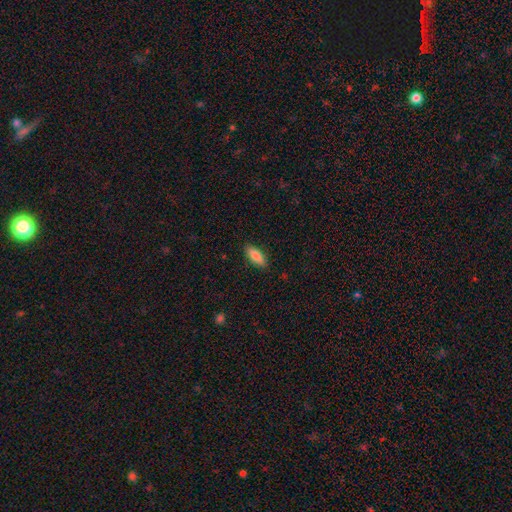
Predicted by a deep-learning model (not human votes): Morphology: type=smooth (85%); roundness=in between (70%); merging=none (88%).